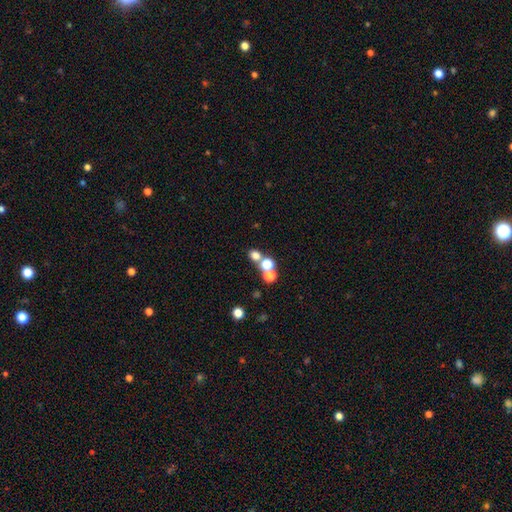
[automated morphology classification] A smooth galaxy with no disk features (68%) that is round (77%). Merging: none (53%).